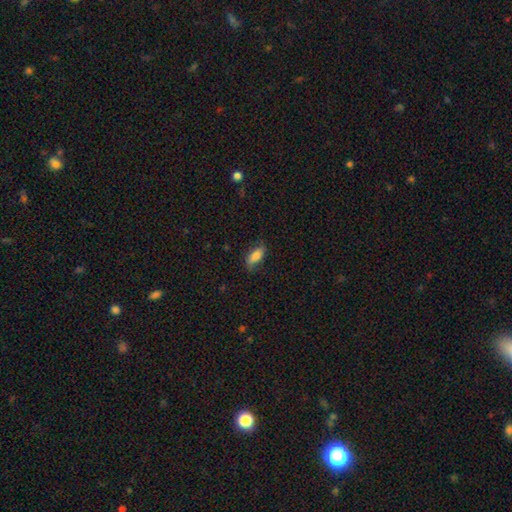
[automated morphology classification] Smooth or featured?
  - smooth: 78% *
  - featured or disk: 15%
  - star or artifact: 7%
How rounded?
  - in between: 77% *
  - cigar-shaped: 20%
  - round: 3%
Merging?
  - none: 71% *
  - minor disturbance: 22%
  - major disturbance: 5%
  - merger: 1%